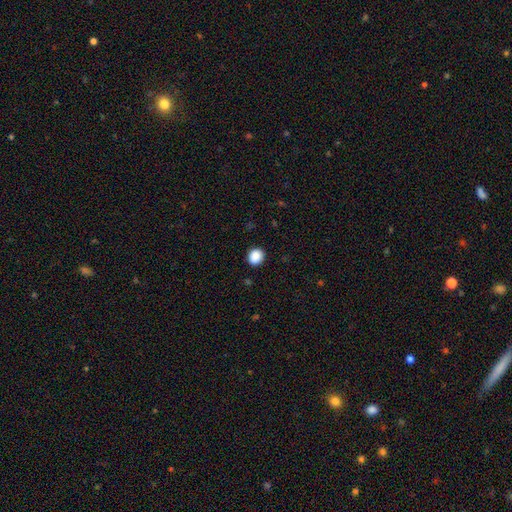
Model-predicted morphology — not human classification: This appears to be a smooth galaxy with no disk features (89%) that is round (79%). Merging: none (91%).